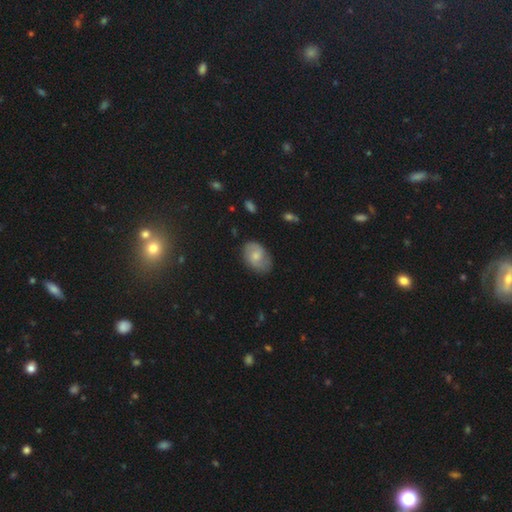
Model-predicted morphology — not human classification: The model was most divided on "smooth or featured": featured or disk: 52%, smooth: 41%, star or artifact: 7%. More confident: edge-on disk — no (96%); merging — none (77%).